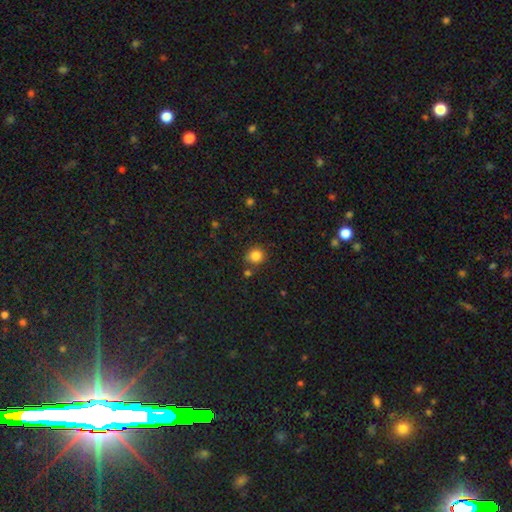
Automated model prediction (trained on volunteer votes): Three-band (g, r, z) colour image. It shows a smooth galaxy with no disk features (84%) that is round (85%). Merging: none (77%).